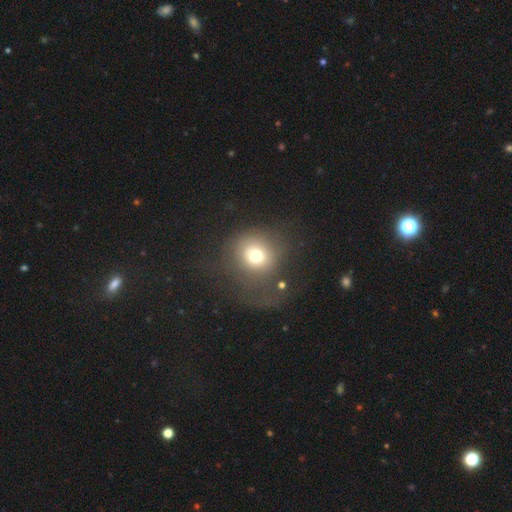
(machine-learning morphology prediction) smooth-or-featured: smooth: 69% | featured or disk: 17% | star or artifact: 14%
  how-rounded: round: 87% | in between: 12% | cigar-shaped: 1%
  merging: none: 49% | major disturbance: 32% | minor disturbance: 17% | merger: 3%